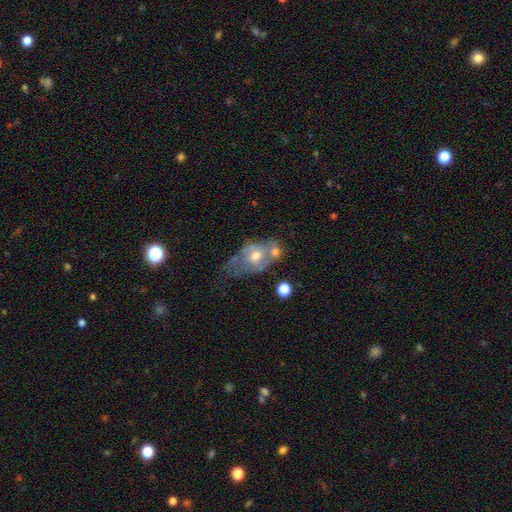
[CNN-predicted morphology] A featured or disk galaxy (57%) with no bar (74%), no spiral arms (56%) and a moderate central bulge (72%). Merging: merger (28%).